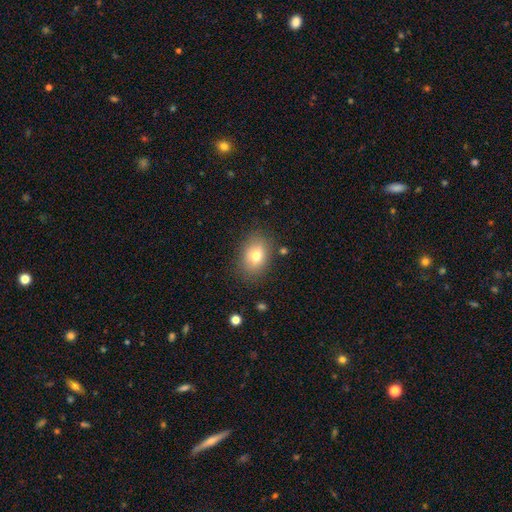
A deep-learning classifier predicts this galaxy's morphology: Smooth or featured? Predicted: smooth (p=0.74). How rounded? Predicted: in between (p=0.74). Merging? Predicted: none (p=0.82).